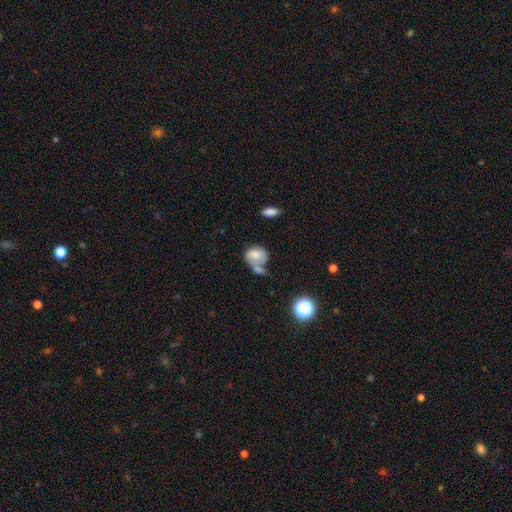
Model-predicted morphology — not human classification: This appears to be a smooth galaxy with no disk features (66%) that is in between round and cigar-shaped (54%). Merging: merger (49%).